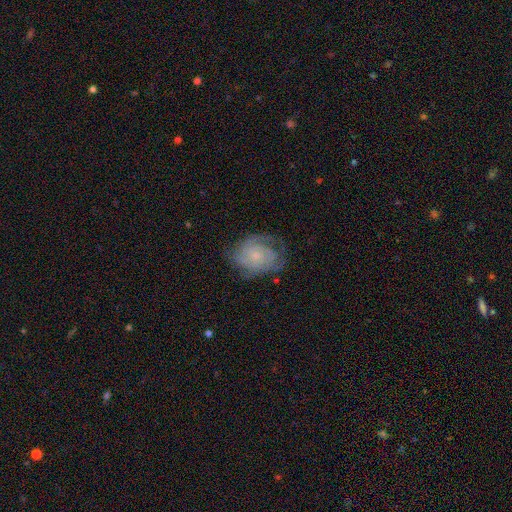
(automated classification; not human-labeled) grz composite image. It shows a featured or disk galaxy (75%) with no bar (75%), tight (62%) spiral arms (92%) and a small central bulge (73%). Merging: none (65%).